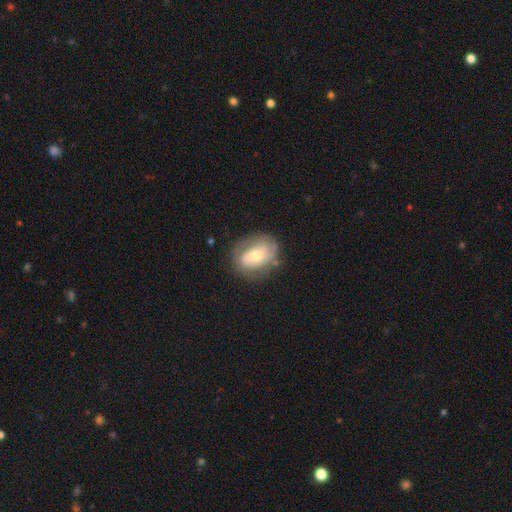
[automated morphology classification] featured or disk 55%, smooth 38%, star or artifact 7%. Down the decision tree: edge-on disk — no (95%); bar — no (67%); spiral arms — yes (65%); bulge size — moderate (57%); merging — none (68%).